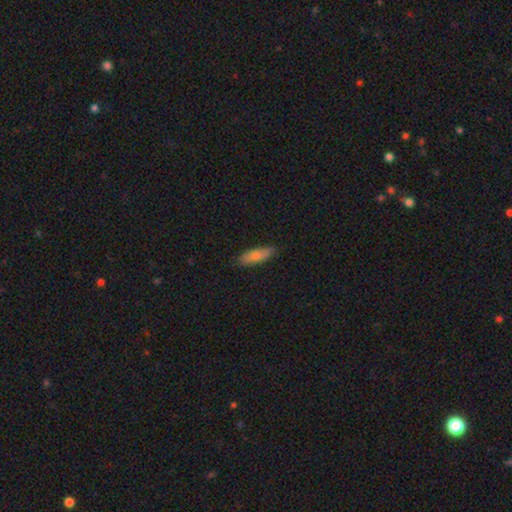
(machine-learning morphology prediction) This appears to be a smooth galaxy with no disk features (70%) that is cigar-shaped (51%). Merging: none (85%).